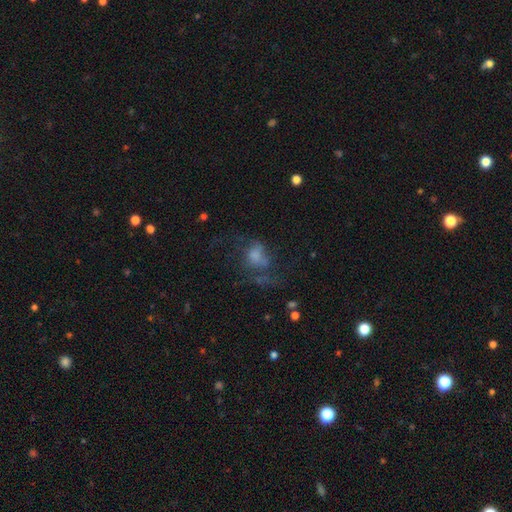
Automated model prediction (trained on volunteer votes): Smooth or featured: featured or disk — 47% (smooth — 33%)
Merging: none — 40% (major disturbance — 39%)